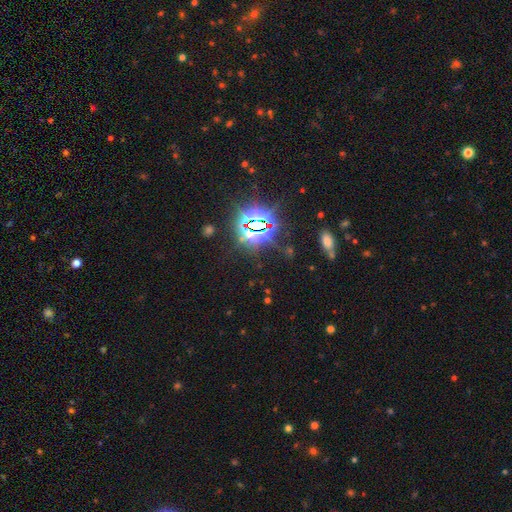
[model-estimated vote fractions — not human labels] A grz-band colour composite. It shows a star or artifact, not a galaxy (83%).